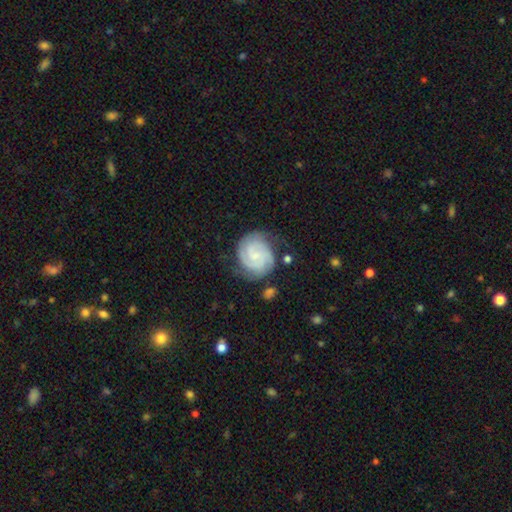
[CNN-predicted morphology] smooth_or_featured: featured or disk (p=0.83) [alt: smooth p=0.11]
disk_edge_on: no (p=0.98) [alt: yes p=0.02]
bar: no (p=0.53) [alt: weak p=0.40]
has_spiral_arms: yes (p=0.98) [alt: no p=0.02]
spiral_winding: tight (p=0.67) [alt: medium p=0.29]
spiral_arm_count: 2 (p=0.45) [alt: 3 p=0.30]
bulge_size: small (p=0.62) [alt: moderate p=0.18]
merging: none (p=0.71) [alt: minor disturbance p=0.19]